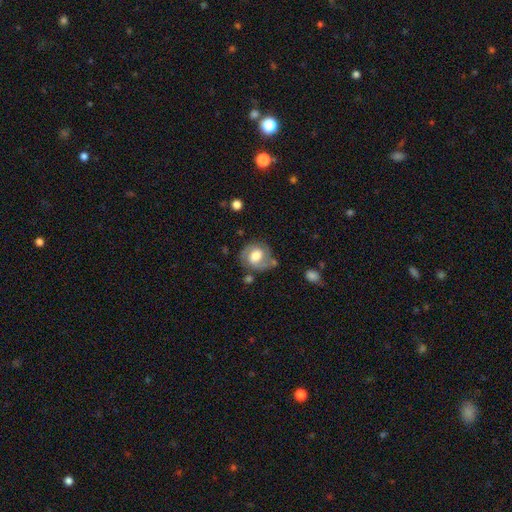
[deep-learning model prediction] Morphology: type=featured or disk (65%); edge-on=no (97%); bar=no (46%); spiral arms=yes (85%); winding=medium (45%); arm count=2 (84%); bulge=moderate (45%); merging=none (67%).